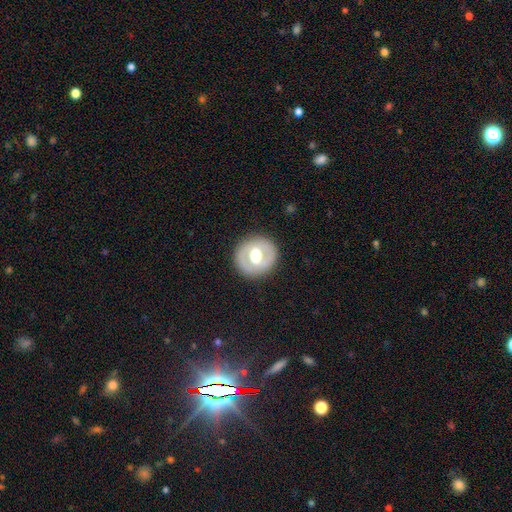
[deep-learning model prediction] smooth_or_featured: featured or disk (p=0.55) [alt: smooth p=0.38]
disk_edge_on: no (p=0.95) [alt: yes p=0.05]
bar: no (p=0.46) [alt: weak p=0.35]
has_spiral_arms: no (p=0.75) [alt: yes p=0.25]
bulge_size: moderate (p=0.54) [alt: large p=0.38]
merging: none (p=0.86) [alt: minor disturbance p=0.09]